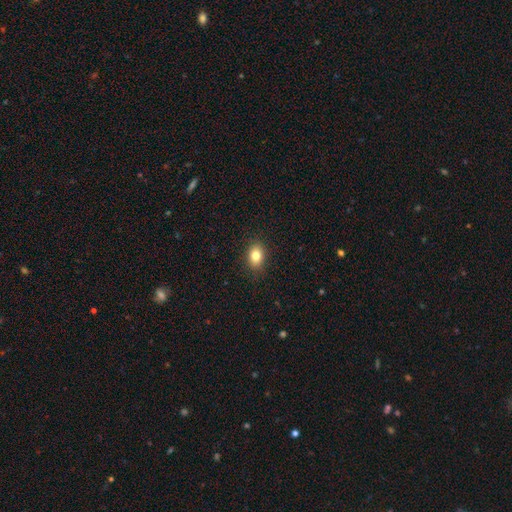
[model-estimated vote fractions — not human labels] A smooth galaxy with no disk features (82%) that is in between round and cigar-shaped (75%).

Vote fractions:
- Smooth or featured? smooth: 82% / star or artifact: 9% / featured or disk: 8%
- How rounded? in between: 75% / round: 24% / cigar-shaped: 1%
- Merging? none: 89% / minor disturbance: 8% / major disturbance: 2% / merger: 1%